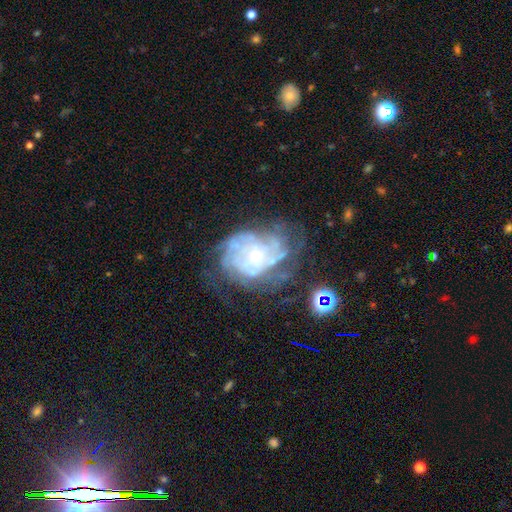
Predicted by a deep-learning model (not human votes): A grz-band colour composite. It shows a featured or disk galaxy (80%) with no bar (81%), tight (62%) spiral arms (81%) and a small central bulge (75%). Merging: none (50%).